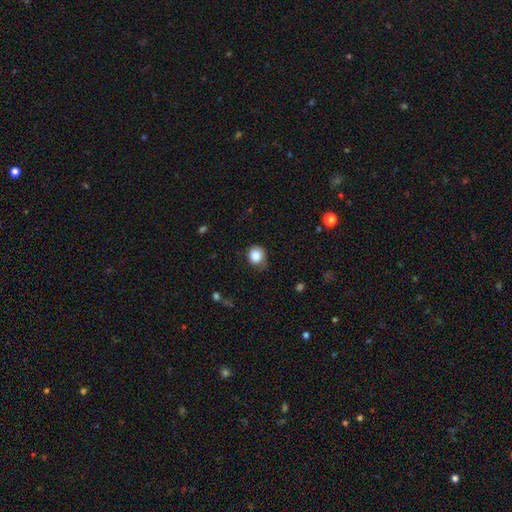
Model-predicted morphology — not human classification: A smooth galaxy with no disk features (86%) that is round (76%). Merging: none (58%).